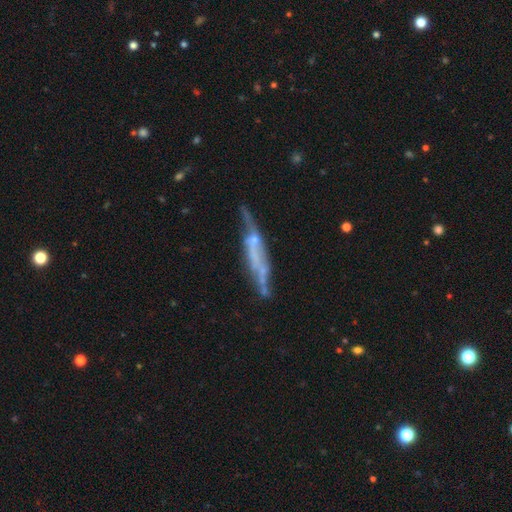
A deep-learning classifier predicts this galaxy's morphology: This is likely a featured or disk galaxy (65%). It is likely viewed edge-on (69%). Merging: possibly none (53%).